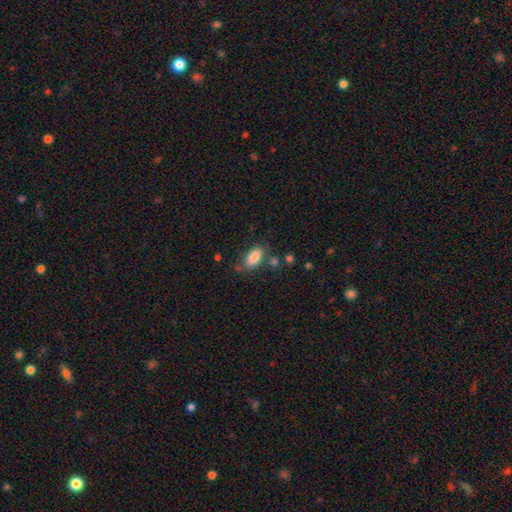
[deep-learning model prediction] Smooth or featured? Predicted: smooth (p=0.86). How rounded? Predicted: in between (p=0.89). Merging? Predicted: none (p=0.69).